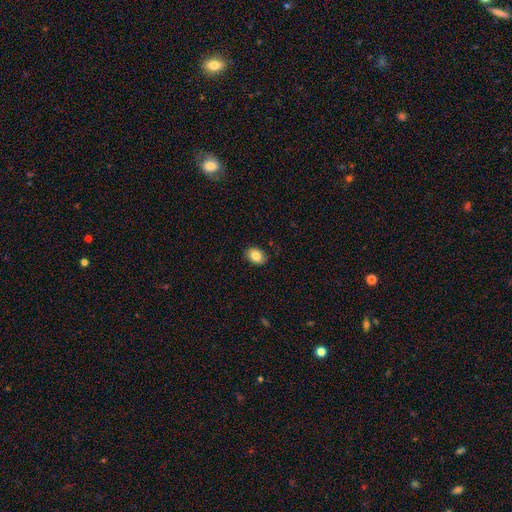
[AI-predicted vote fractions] A smooth galaxy with no disk features (84%) that is in between round and cigar-shaped (77%).

Vote fractions:
- Smooth or featured? smooth: 84% / star or artifact: 8% / featured or disk: 7%
- How rounded? in between: 77% / round: 22% / cigar-shaped: 1%
- Merging? none: 85% / minor disturbance: 11% / major disturbance: 2% / merger: 1%